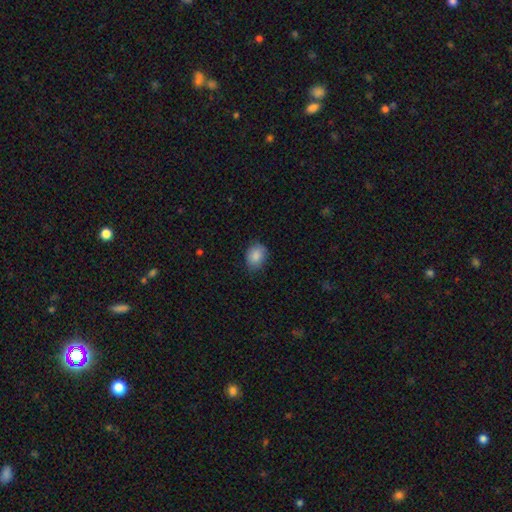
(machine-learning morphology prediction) smooth 87%, star or artifact 7%, featured or disk 5%. Down the decision tree: how rounded — in between (61%); merging — none (79%).